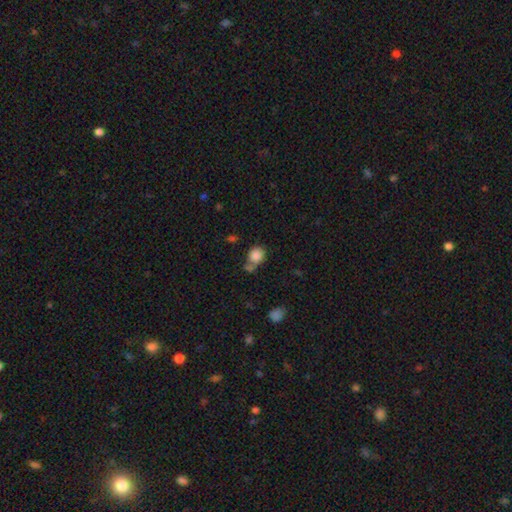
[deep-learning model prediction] The model was most divided on "merging": none: 50%, merger: 29%, minor disturbance: 14%, major disturbance: 6%. More confident: smooth or featured — smooth (85%); how rounded — round (74%).